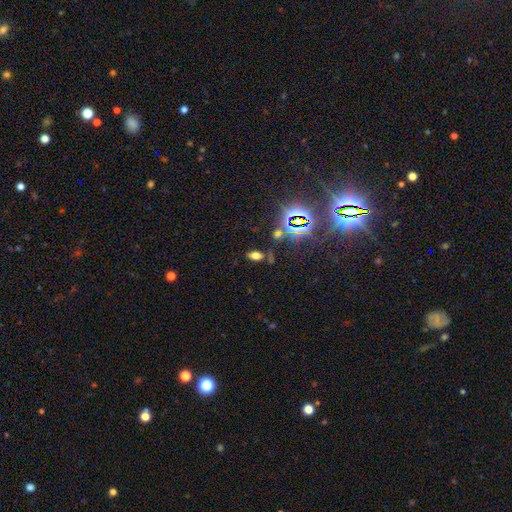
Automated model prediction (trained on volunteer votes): This is possibly a smooth galaxy (56%). How rounded: clearly in between (86%). Merging: likely none (78%).